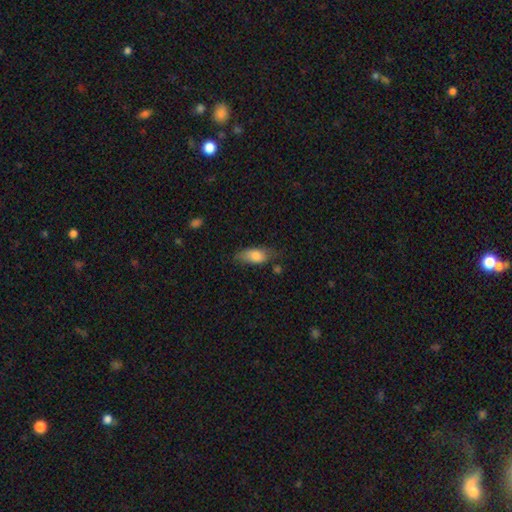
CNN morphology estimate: Q: Smooth or featured?
A: smooth (80%); runner-up: featured or disk (13%)
Q: How rounded?
A: in between (82%); runner-up: cigar-shaped (15%)
Q: Merging?
A: none (60%); runner-up: minor disturbance (29%)